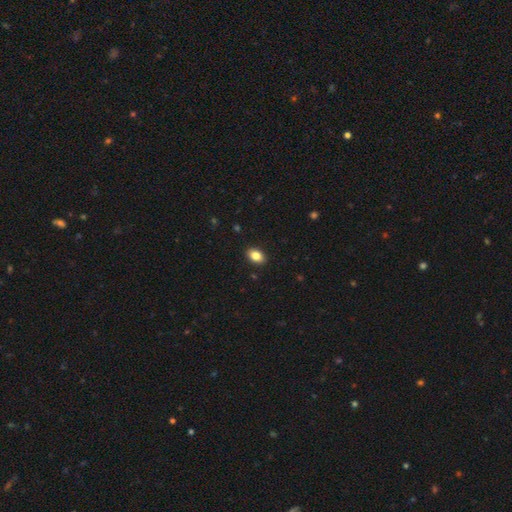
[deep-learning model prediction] A smooth galaxy with no disk features (84%) that is in between round and cigar-shaped (86%). Merging: none (90%).